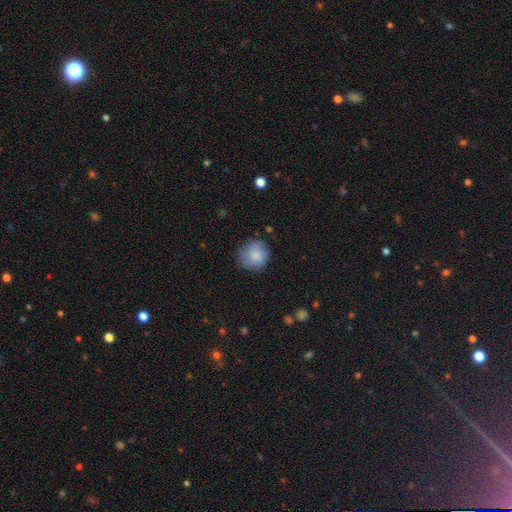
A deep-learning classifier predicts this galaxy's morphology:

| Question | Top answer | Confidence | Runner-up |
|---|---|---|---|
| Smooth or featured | smooth | 85% | featured or disk (8%) |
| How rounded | round | 90% | in between (9%) |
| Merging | none | 80% | minor disturbance (15%) |